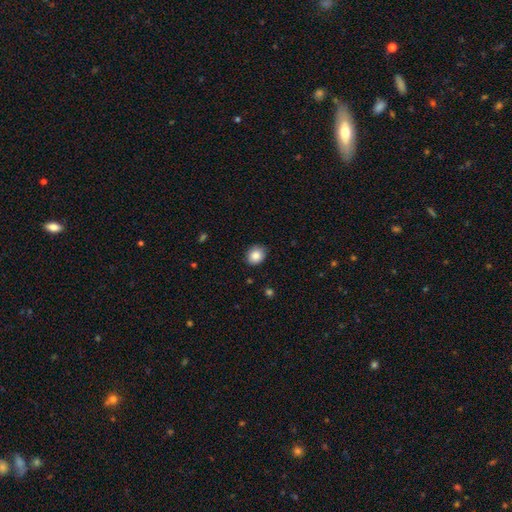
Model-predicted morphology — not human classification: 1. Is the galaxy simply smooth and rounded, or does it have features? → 86% smooth, 9% star or artifact, 5% featured or disk.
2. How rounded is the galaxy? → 66% round, 33% in between, 1% cigar-shaped.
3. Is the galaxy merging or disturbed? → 84% none, 12% minor disturbance, 2% major disturbance, 1% merger.